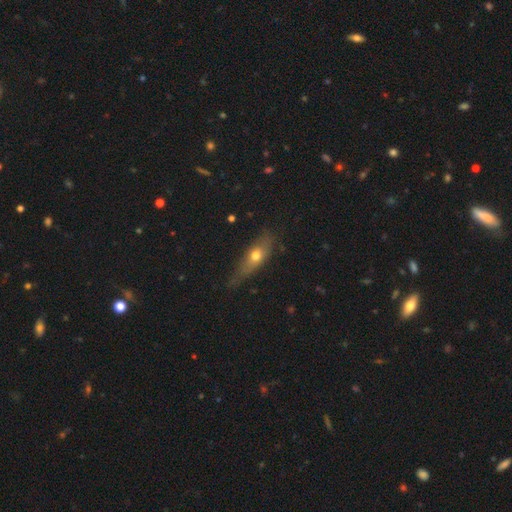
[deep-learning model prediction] smooth_or_featured: smooth (p=0.58) [alt: featured or disk p=0.34]
how_rounded: in between (p=0.50) [alt: cigar-shaped p=0.44]
merging: none (p=0.59) [alt: minor disturbance p=0.29]